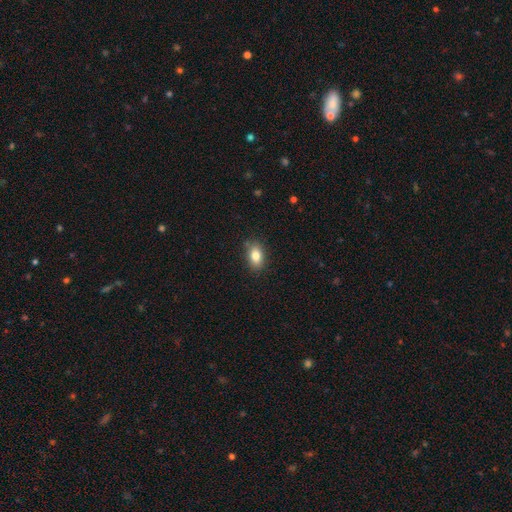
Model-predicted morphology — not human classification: Smooth or featured?
  - smooth: 82% *
  - featured or disk: 9%
  - star or artifact: 9%
How rounded?
  - in between: 85% *
  - round: 12%
  - cigar-shaped: 2%
Merging?
  - none: 85% *
  - minor disturbance: 12%
  - major disturbance: 2%
  - merger: 1%